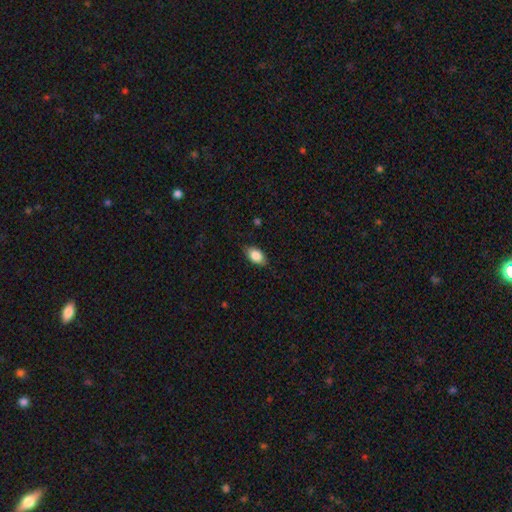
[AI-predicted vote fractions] A smooth galaxy with no disk features (83%) that is in between round and cigar-shaped (89%). Merging: none (81%).